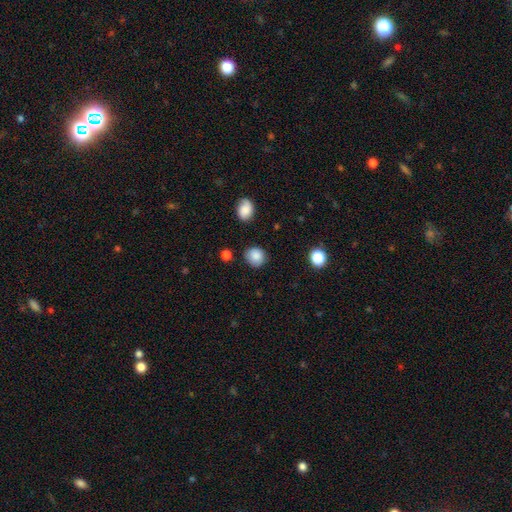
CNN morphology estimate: Smooth or featured? Predicted: smooth (p=0.85). How rounded? Predicted: round (p=0.83). Merging? Predicted: none (p=0.78).